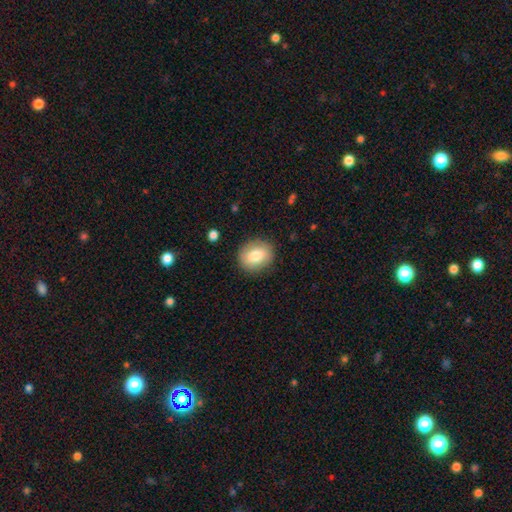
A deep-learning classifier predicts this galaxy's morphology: type=smooth (79%); roundness=round (63%); merging=none (87%).